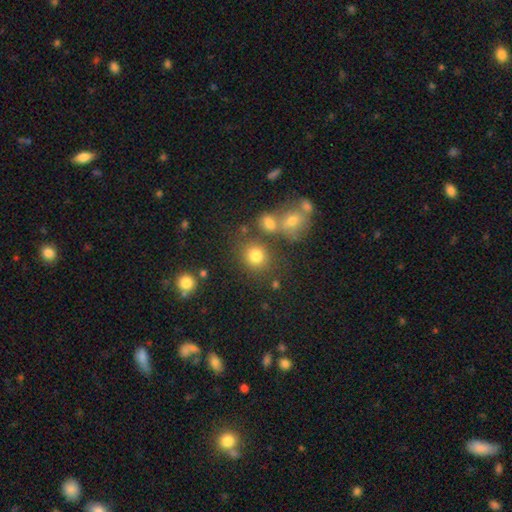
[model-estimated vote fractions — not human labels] Smooth or featured? smooth (77%)
How rounded? round (79%)
Merging? none (70%)